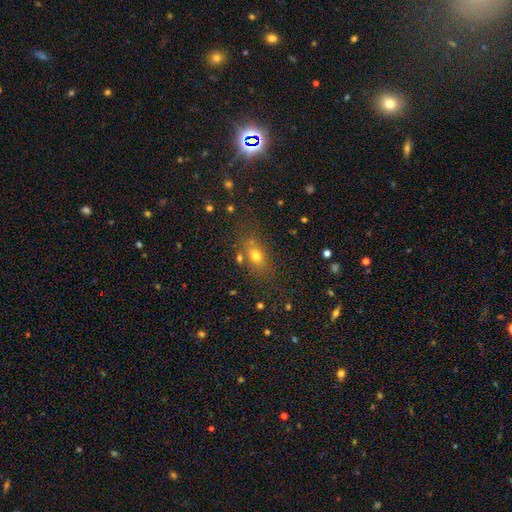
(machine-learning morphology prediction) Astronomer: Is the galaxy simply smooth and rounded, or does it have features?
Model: smooth — 70%.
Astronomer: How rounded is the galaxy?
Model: in between — 64%.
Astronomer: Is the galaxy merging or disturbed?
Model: none — 73%.